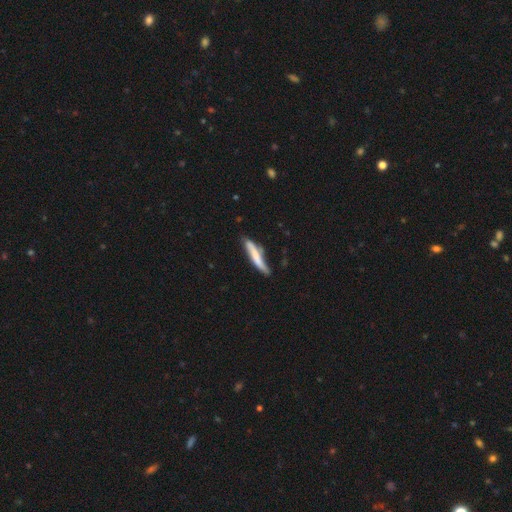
Smooth or featured? 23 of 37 (62%) said smooth. How rounded? 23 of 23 (100%) said cigar-shaped. Merging? 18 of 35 (51%) said none.